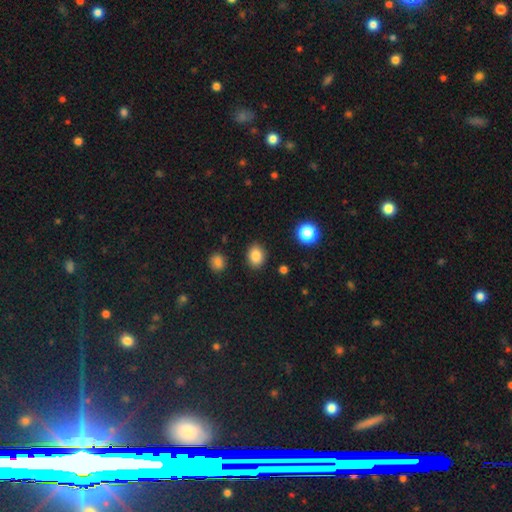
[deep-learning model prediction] The model was most divided on "how rounded": in between: 54%, round: 45%, cigar-shaped: 1%. More confident: merging — none (87%); smooth or featured — smooth (85%).